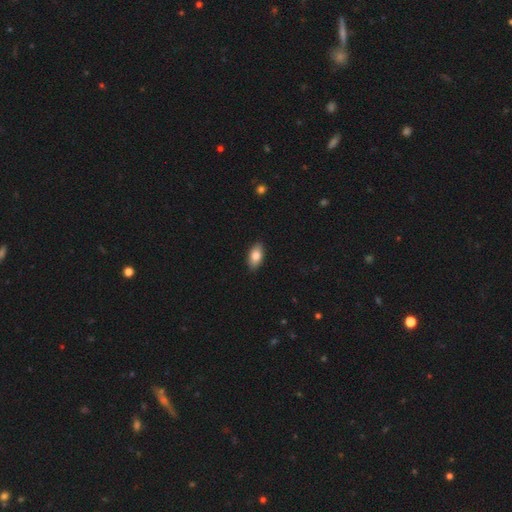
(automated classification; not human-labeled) smooth-or-featured: smooth: 83% | featured or disk: 11% | star or artifact: 7%
  how-rounded: in between: 92% | cigar-shaped: 4% | round: 4%
  merging: none: 89% | minor disturbance: 8% | major disturbance: 2% | merger: 1%